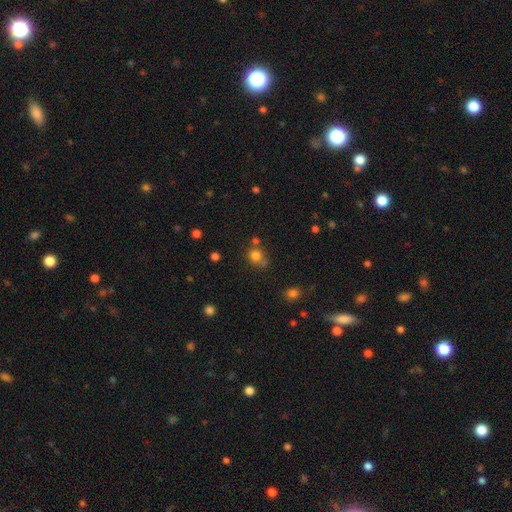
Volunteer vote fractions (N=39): Morphology: type=smooth (79%); roundness=round (100%); merging=none (66%).